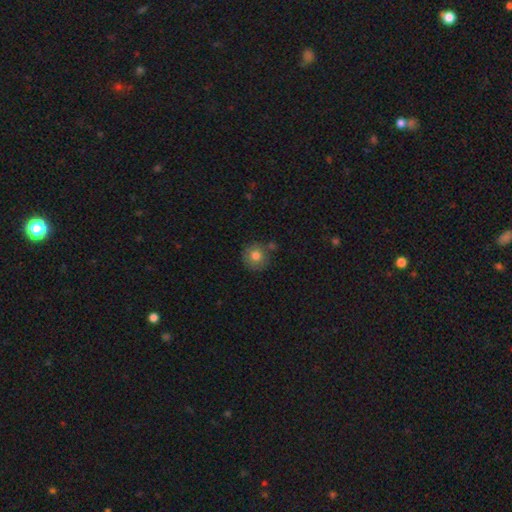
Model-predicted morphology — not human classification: This appears to be a smooth galaxy with no disk features (78%) that is round (93%). Merging: none (76%).